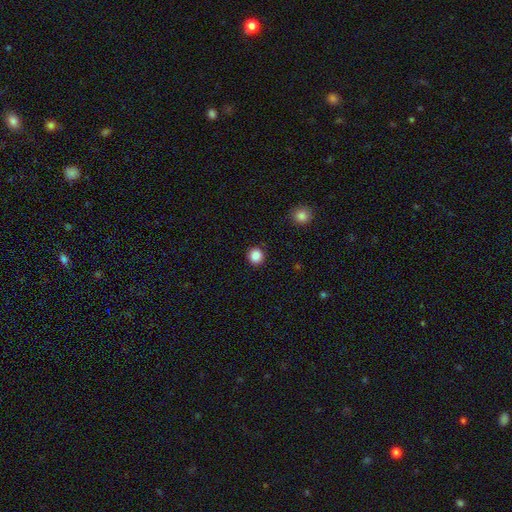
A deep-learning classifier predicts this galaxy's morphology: The model was most divided on "smooth or featured": smooth: 87%, star or artifact: 10%, featured or disk: 3%. More confident: merging — none (90%); how rounded — round (90%).